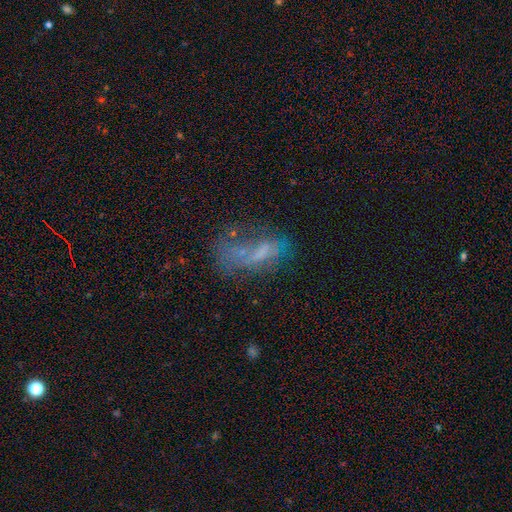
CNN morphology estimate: smooth_or_featured: featured or disk (p=0.41) [alt: smooth p=0.39]
merging: none (p=0.37) [alt: major disturbance p=0.30]